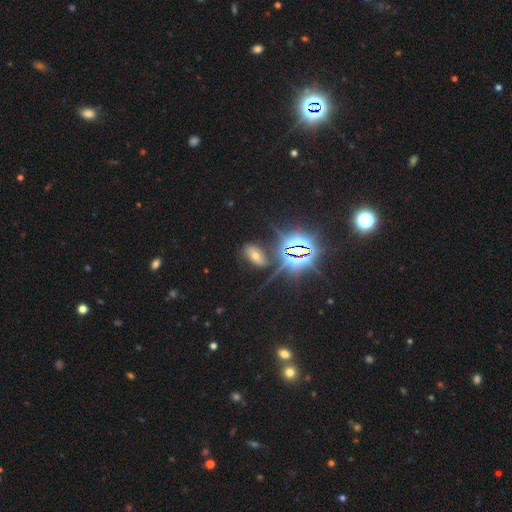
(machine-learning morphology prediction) star or artifact 52%, smooth 30%, featured or disk 17%.